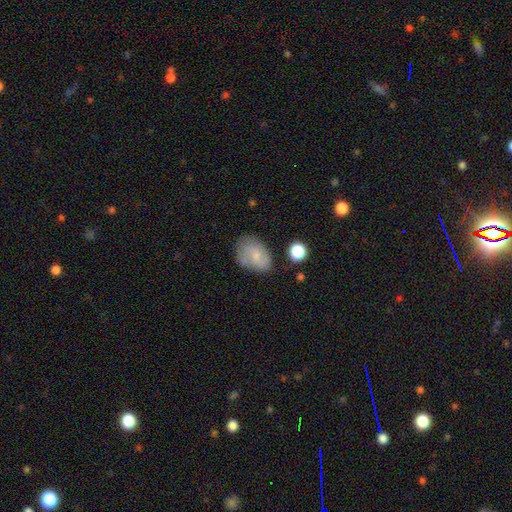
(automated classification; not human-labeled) smooth 60%, featured or disk 31%, star or artifact 8%. Down the decision tree: how rounded — in between (80%); merging — none (58%).